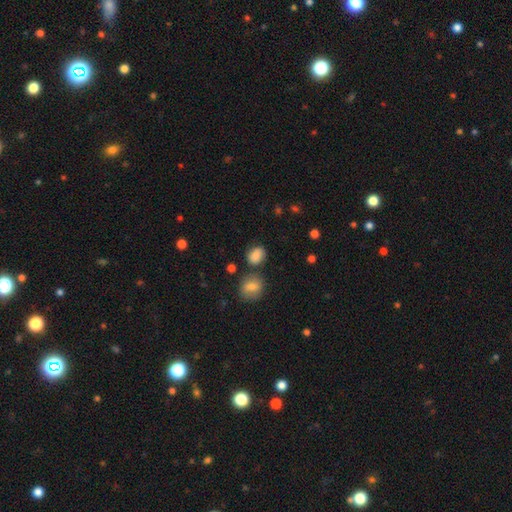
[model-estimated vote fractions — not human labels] smooth-or-featured: smooth: 80% | featured or disk: 10% | star or artifact: 10%
  how-rounded: round: 52% | in between: 47% | cigar-shaped: 1%
  merging: none: 71% | minor disturbance: 15% | merger: 9% | major disturbance: 4%